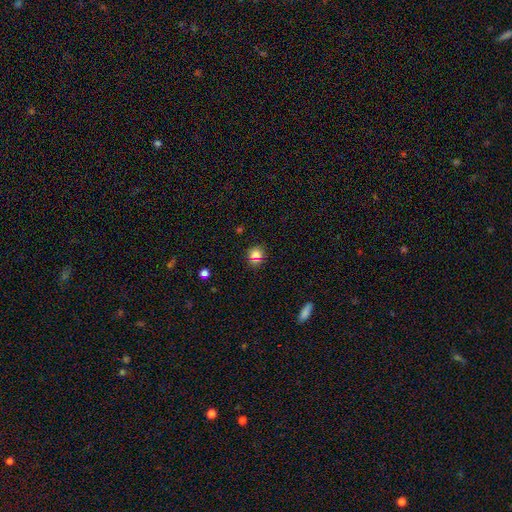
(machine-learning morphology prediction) smooth 75%, star or artifact 18%, featured or disk 7%. Down the decision tree: how rounded — round (85%); merging — none (84%).